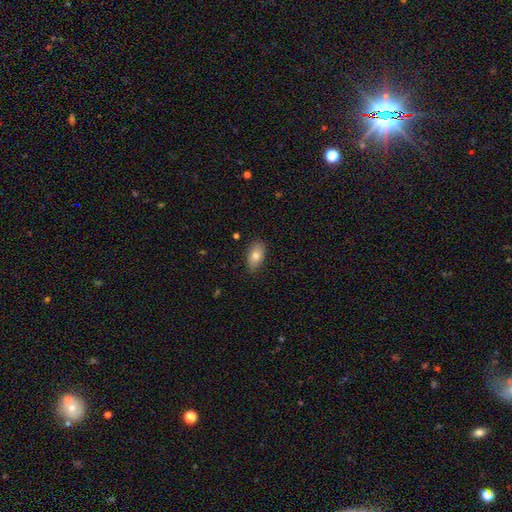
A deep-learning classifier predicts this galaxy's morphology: The model was most divided on "smooth or featured": smooth: 76%, featured or disk: 16%, star or artifact: 8%. More confident: how rounded — in between (90%); merging — none (84%).